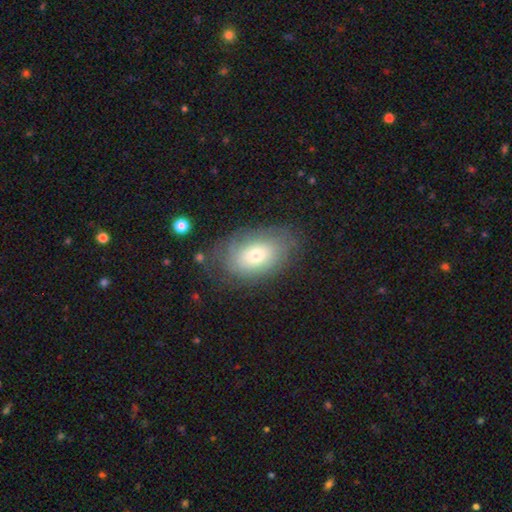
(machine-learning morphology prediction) A smooth galaxy with no disk features (51%) that is in between round and cigar-shaped (88%). Merging: none (72%).